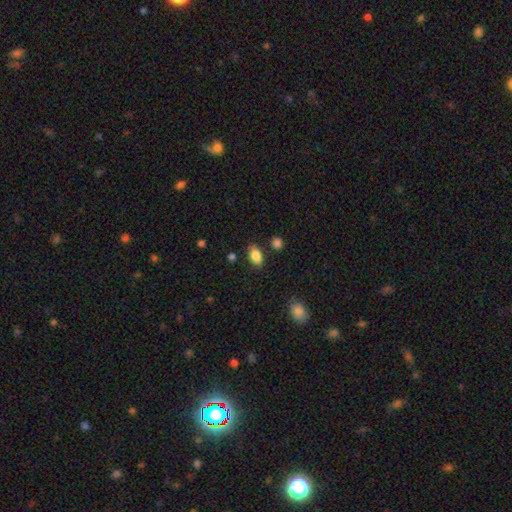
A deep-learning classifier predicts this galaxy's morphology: Q: Smooth or featured?
A: smooth (86%); runner-up: star or artifact (8%)
Q: How rounded?
A: in between (89%); runner-up: round (9%)
Q: Merging?
A: none (80%); runner-up: minor disturbance (13%)